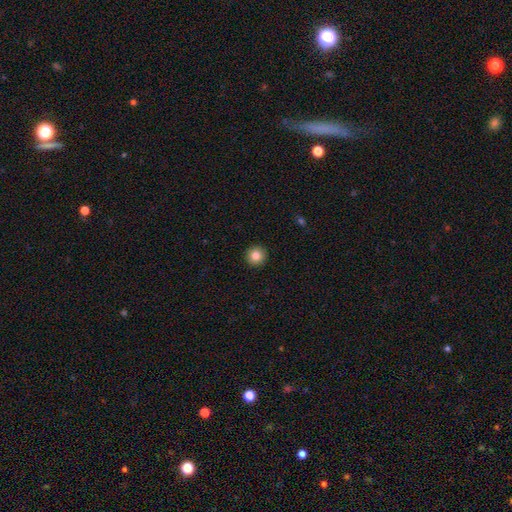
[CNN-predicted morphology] Q: Smooth or featured?
A: smooth (84%); runner-up: star or artifact (9%)
Q: How rounded?
A: round (95%); runner-up: in between (4%)
Q: Merging?
A: none (93%); runner-up: minor disturbance (4%)